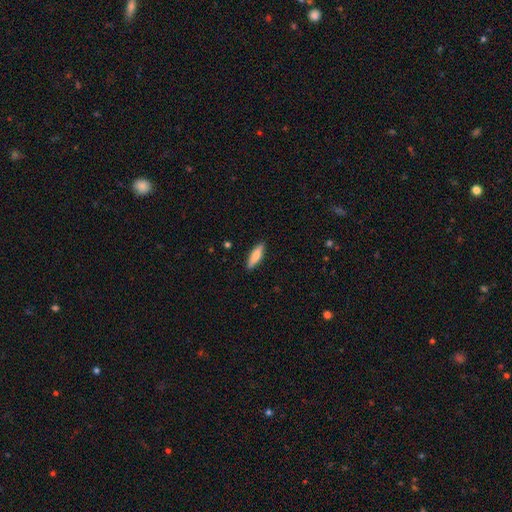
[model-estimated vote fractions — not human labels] Smooth or featured?
  - smooth: 81% *
  - featured or disk: 13%
  - star or artifact: 6%
How rounded?
  - cigar-shaped: 58% *
  - in between: 40%
  - round: 2%
Merging?
  - none: 88% *
  - minor disturbance: 9%
  - major disturbance: 2%
  - merger: 1%